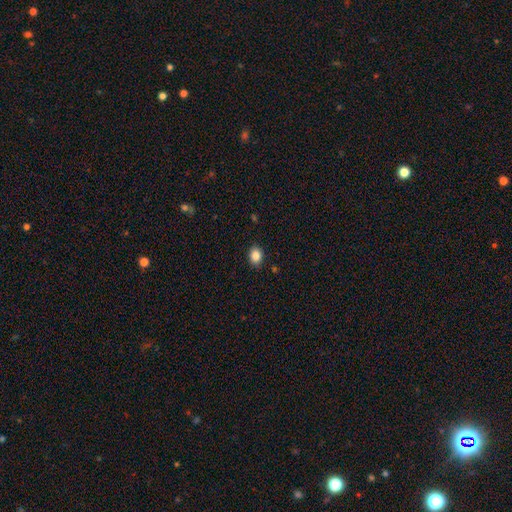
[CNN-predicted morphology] type=smooth (86%); roundness=in between (60%); merging=none (88%).